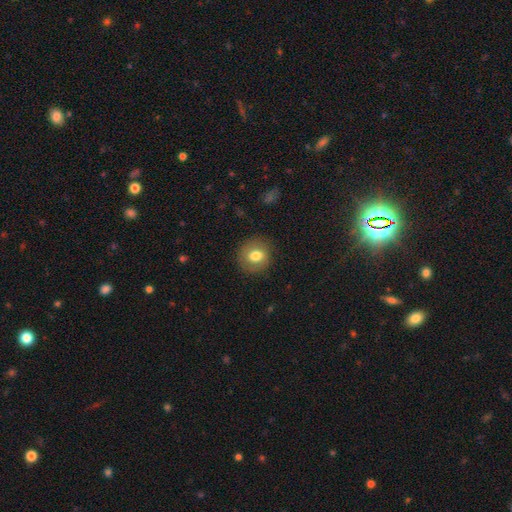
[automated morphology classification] Q: Smooth or featured?
A: smooth (74%); runner-up: featured or disk (16%)
Q: How rounded?
A: round (83%); runner-up: in between (16%)
Q: Merging?
A: none (85%); runner-up: minor disturbance (10%)